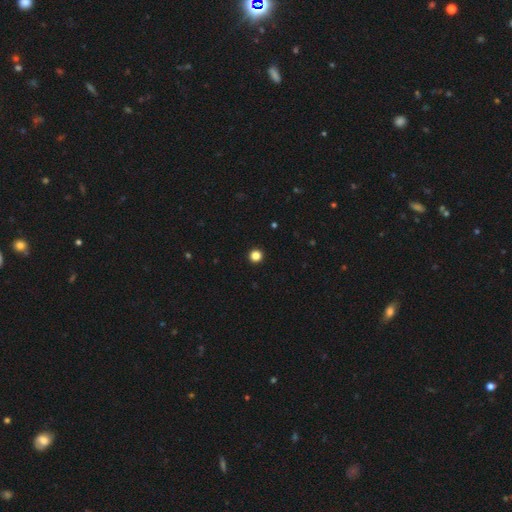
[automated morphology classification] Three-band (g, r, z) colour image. It shows a smooth galaxy with no disk features (85%) that is round (96%). Merging: none (94%).